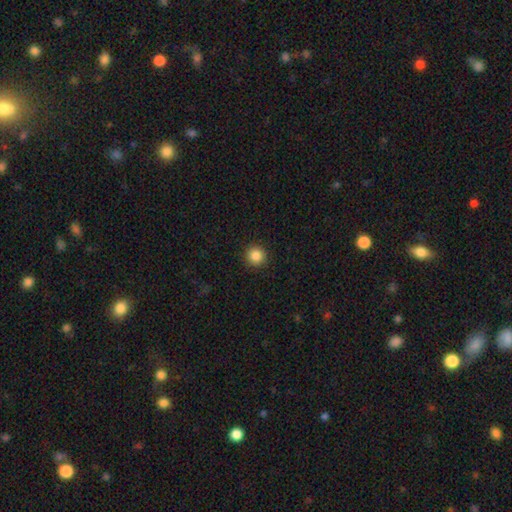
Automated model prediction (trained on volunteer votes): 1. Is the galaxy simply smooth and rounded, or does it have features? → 87% smooth, 10% star or artifact, 3% featured or disk.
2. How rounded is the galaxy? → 95% round, 4% in between, 1% cigar-shaped.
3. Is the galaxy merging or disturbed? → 92% none, 5% minor disturbance, 2% major disturbance, 1% merger.